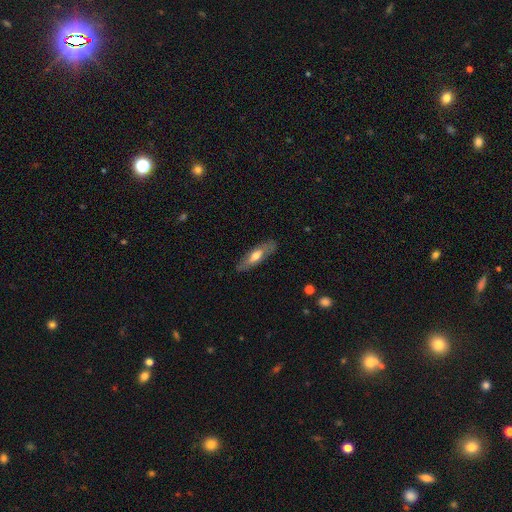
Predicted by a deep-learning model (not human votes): Morphology: type=smooth (50%); merging=none (84%).